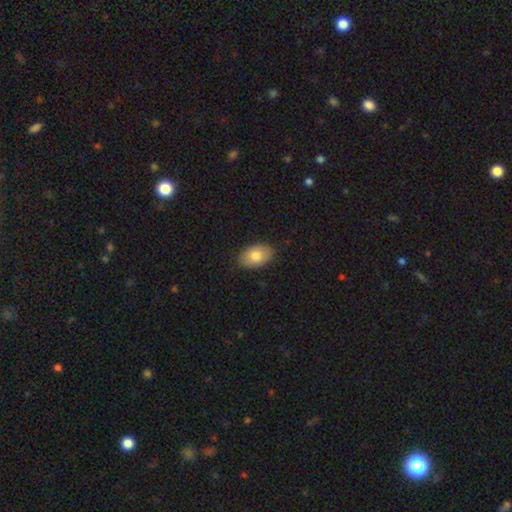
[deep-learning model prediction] Overall: smooth (79%). How rounded: in between (89%). Merging: none (87%).